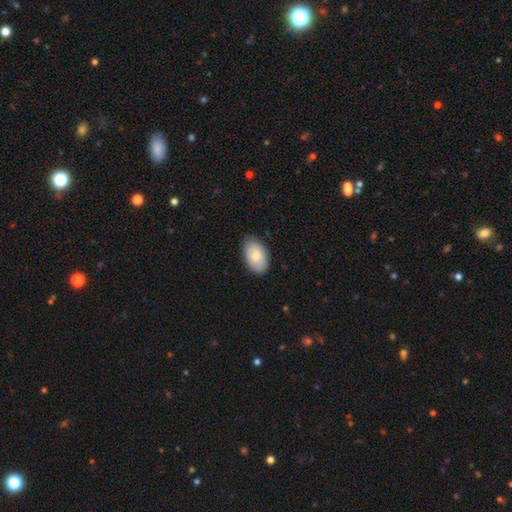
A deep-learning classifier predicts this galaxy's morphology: The model was most divided on "merging": none: 82%, minor disturbance: 15%, major disturbance: 2%, merger: 1%. More confident: how rounded — in between (93%); smooth or featured — smooth (82%).